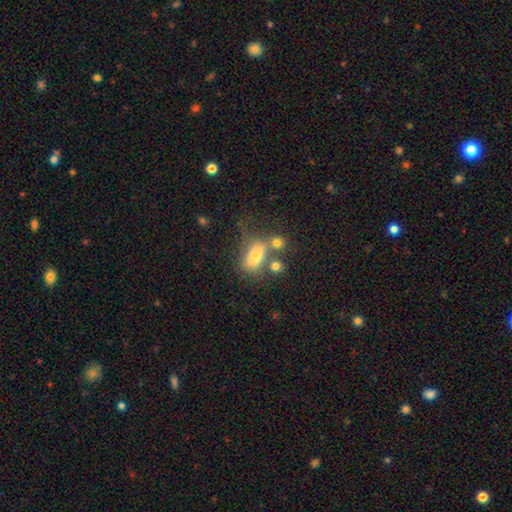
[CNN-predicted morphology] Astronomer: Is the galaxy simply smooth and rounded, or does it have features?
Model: smooth — 71%.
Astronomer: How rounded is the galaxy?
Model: in between — 83%.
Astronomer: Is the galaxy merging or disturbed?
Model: none — 37% (runner-up: merger, 27%).